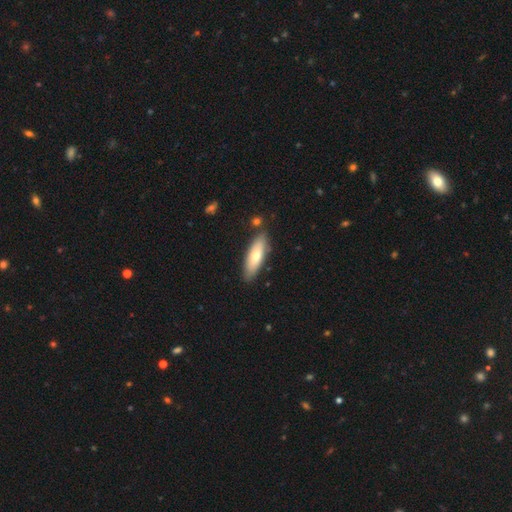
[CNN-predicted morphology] Q: Smooth or featured?
A: smooth (69%); runner-up: featured or disk (25%)
Q: How rounded?
A: in between (52%); runner-up: cigar-shaped (46%)
Q: Merging?
A: none (83%); runner-up: minor disturbance (12%)